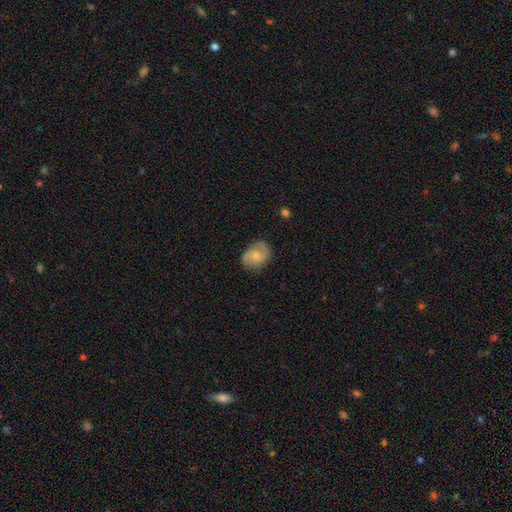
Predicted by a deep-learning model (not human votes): smooth_or_featured: featured or disk (p=0.48) [alt: smooth p=0.44]
merging: none (p=0.71) [alt: minor disturbance p=0.21]